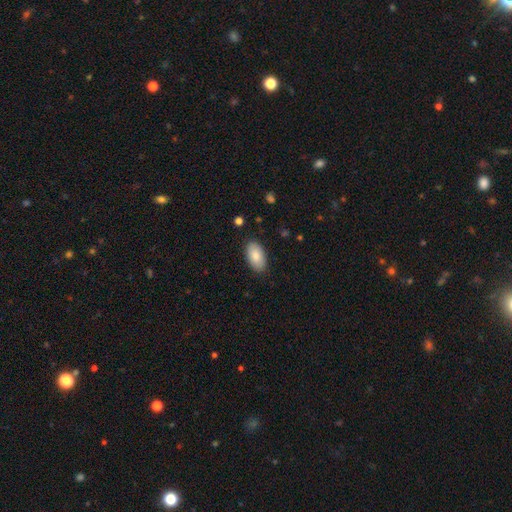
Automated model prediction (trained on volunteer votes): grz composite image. It shows a smooth galaxy with no disk features (84%) that is in between round and cigar-shaped (95%). Merging: none (87%).